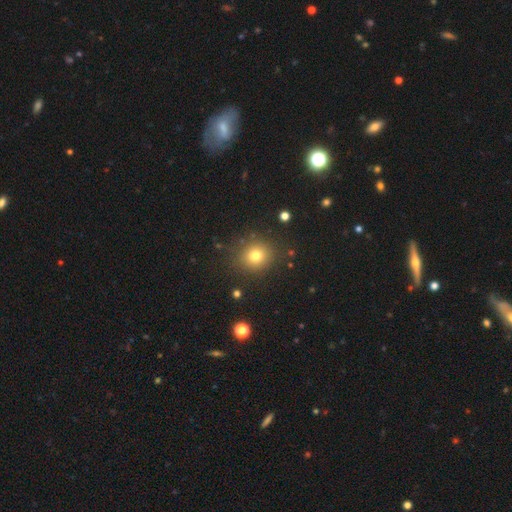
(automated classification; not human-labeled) Smooth or featured?
  - smooth: 76% *
  - star or artifact: 15%
  - featured or disk: 9%
How rounded?
  - round: 82% *
  - in between: 17%
  - cigar-shaped: 1%
Merging?
  - none: 86% *
  - minor disturbance: 8%
  - major disturbance: 3%
  - merger: 2%